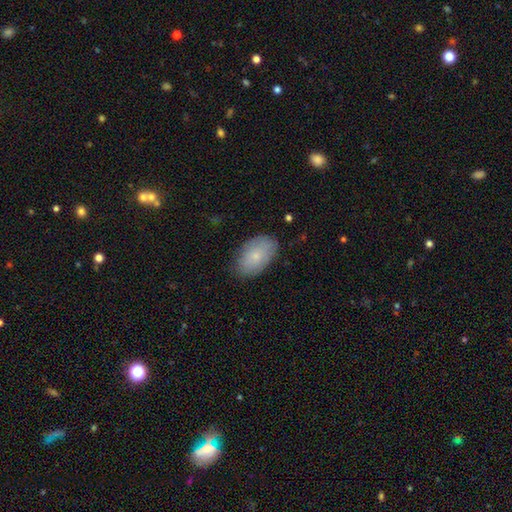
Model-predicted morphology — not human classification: type=smooth (75%); roundness=in between (92%); merging=none (80%).